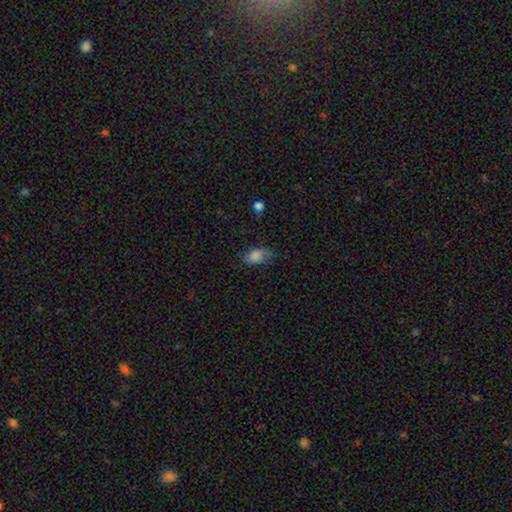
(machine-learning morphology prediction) Smooth or featured: smooth — 81% (featured or disk — 10%)
How rounded: in between — 89% (round — 9%)
Merging: none — 66% (minor disturbance — 26%)